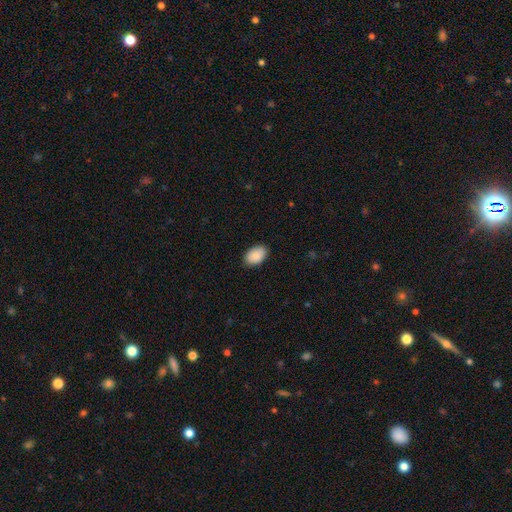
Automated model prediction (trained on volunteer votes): Morphology: type=smooth (90%); roundness=in between (90%); merging=none (86%).